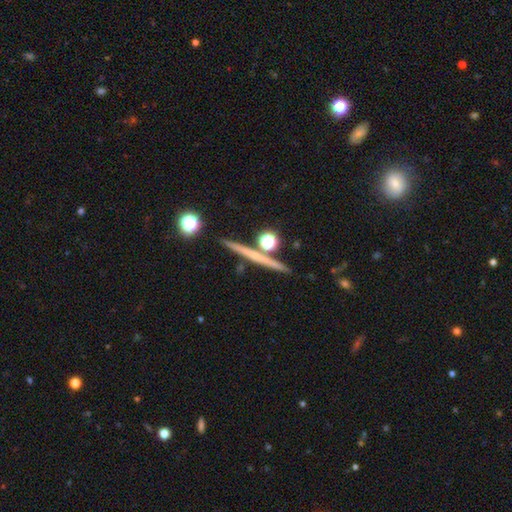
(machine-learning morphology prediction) Q: Smooth or featured?
A: featured or disk (56%); runner-up: smooth (34%)
Q: Edge-on disk?
A: yes (97%); runner-up: no (3%)
Q: Edge-on bulge?
A: none (78%); runner-up: rounded (16%)
Q: Merging?
A: none (86%); runner-up: minor disturbance (7%)